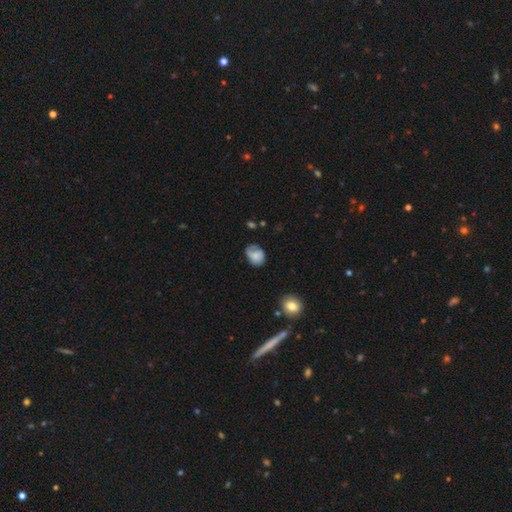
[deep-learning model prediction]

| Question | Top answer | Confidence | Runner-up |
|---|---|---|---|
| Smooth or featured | smooth | 66% | featured or disk (25%) |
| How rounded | in between | 53% | round (46%) |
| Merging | none | 50% | minor disturbance (33%) |